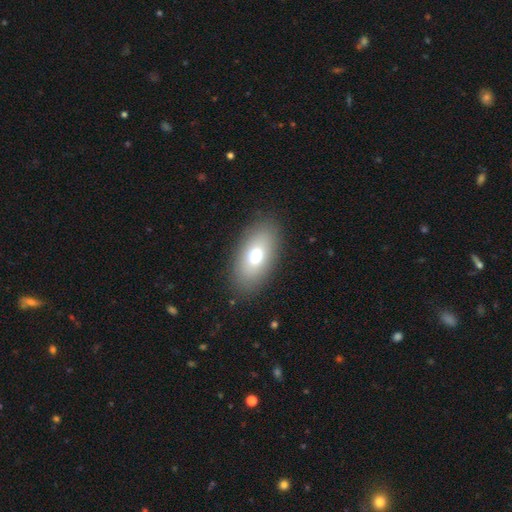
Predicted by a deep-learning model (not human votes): Smooth or featured: smooth — 70% (featured or disk — 20%)
How rounded: in between — 90% (round — 7%)
Merging: none — 86% (minor disturbance — 9%)